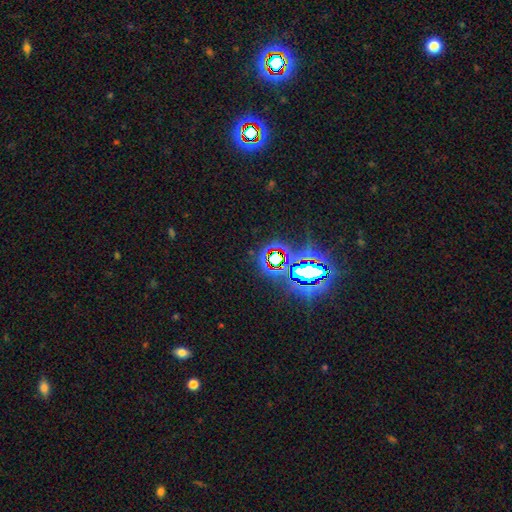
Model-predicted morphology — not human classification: This appears to be a star or artifact, not a galaxy (80%).